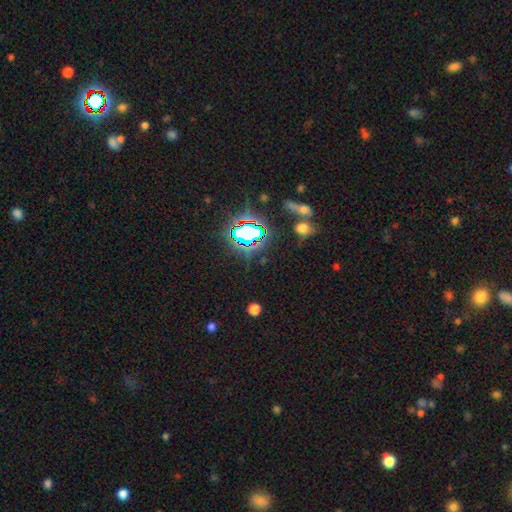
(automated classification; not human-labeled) A star or artifact, not a galaxy (79%).